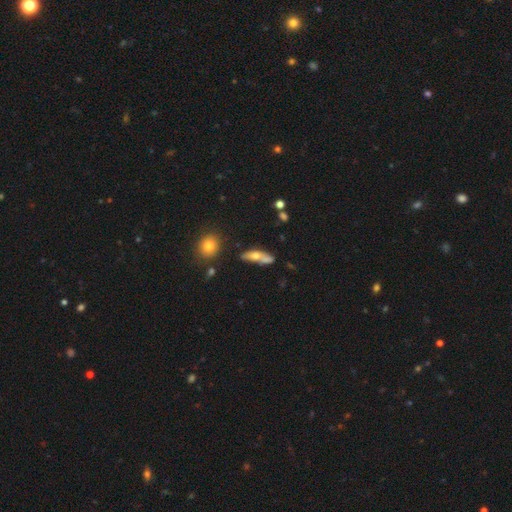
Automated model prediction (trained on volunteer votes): Smooth or featured?
  - smooth: 58% *
  - featured or disk: 33%
  - star or artifact: 9%
How rounded?
  - in between: 50% *
  - cigar-shaped: 45%
  - round: 5%
Merging?
  - none: 44% *
  - merger: 31%
  - minor disturbance: 18%
  - major disturbance: 8%